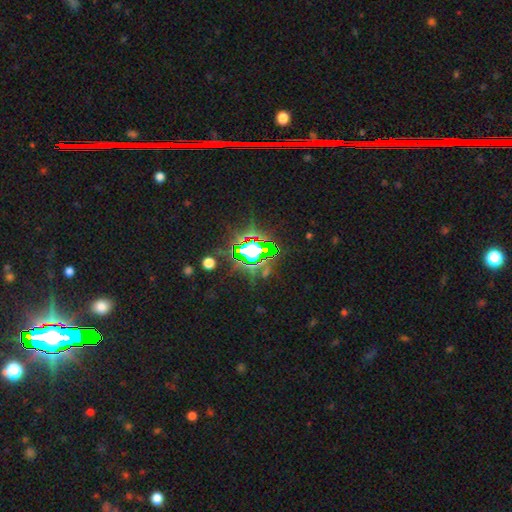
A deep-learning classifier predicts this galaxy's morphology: A star or artifact, not a galaxy (82%).